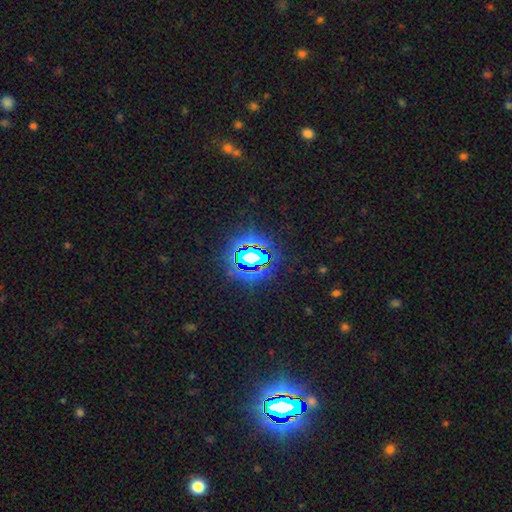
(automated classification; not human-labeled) Q: Smooth or featured?
A: star or artifact (80%); runner-up: smooth (12%)